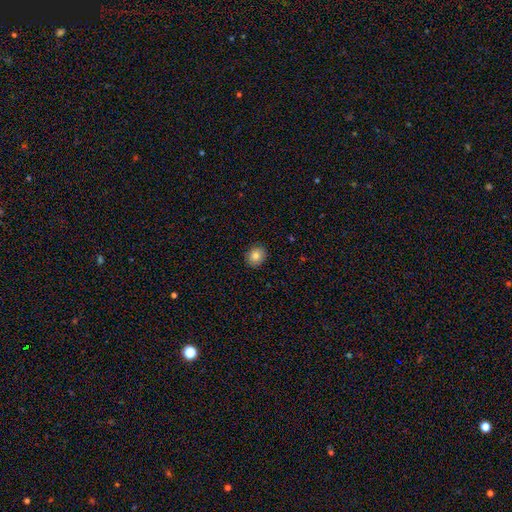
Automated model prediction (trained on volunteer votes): smooth_or_featured: smooth (p=0.82) [alt: star or artifact p=0.09]
how_rounded: round (p=0.75) [alt: in between p=0.24]
merging: none (p=0.90) [alt: minor disturbance p=0.07]